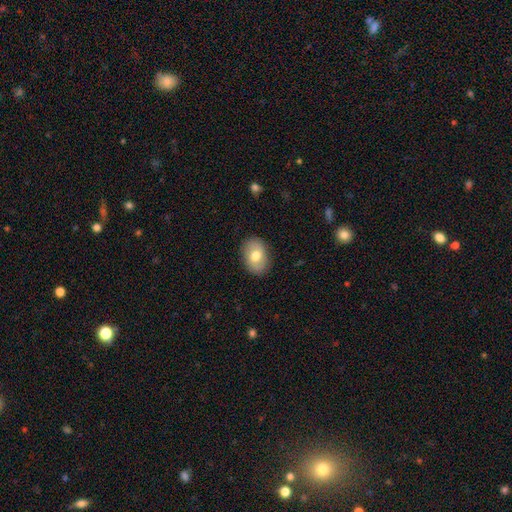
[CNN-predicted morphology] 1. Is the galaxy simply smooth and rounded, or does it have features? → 69% smooth, 24% featured or disk, 7% star or artifact.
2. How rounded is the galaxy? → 78% in between, 21% round, 1% cigar-shaped.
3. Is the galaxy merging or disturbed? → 86% none, 10% minor disturbance, 3% major disturbance, 1% merger.